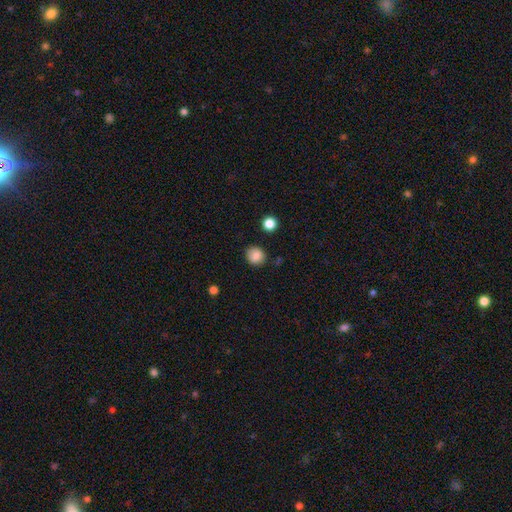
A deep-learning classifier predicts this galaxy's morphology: Q: Smooth or featured?
A: smooth (85%); runner-up: star or artifact (9%)
Q: How rounded?
A: round (83%); runner-up: in between (16%)
Q: Merging?
A: none (85%); runner-up: minor disturbance (10%)